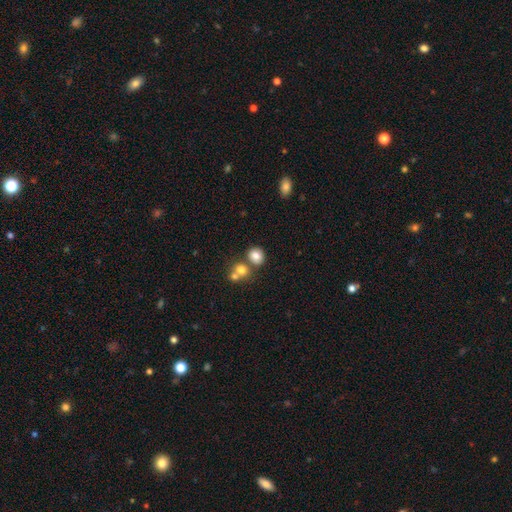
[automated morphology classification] Smooth or featured? Predicted: smooth (p=0.80). How rounded? Predicted: round (p=0.76). Merging? Predicted: none (p=0.62).